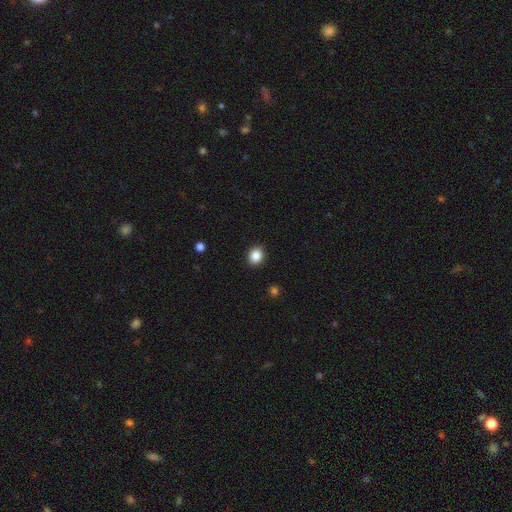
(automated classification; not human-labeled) This appears to be a smooth galaxy with no disk features (86%) that is round (69%). Merging: none (92%).